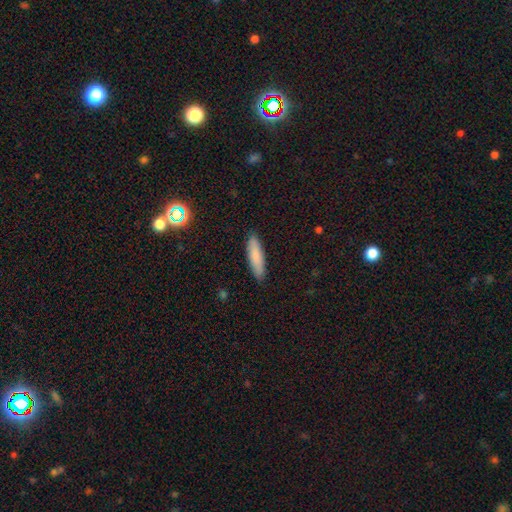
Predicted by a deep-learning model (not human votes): Smooth or featured: smooth — 82% (featured or disk — 11%)
How rounded: cigar-shaped — 72% (in between — 26%)
Merging: none — 89% (minor disturbance — 8%)